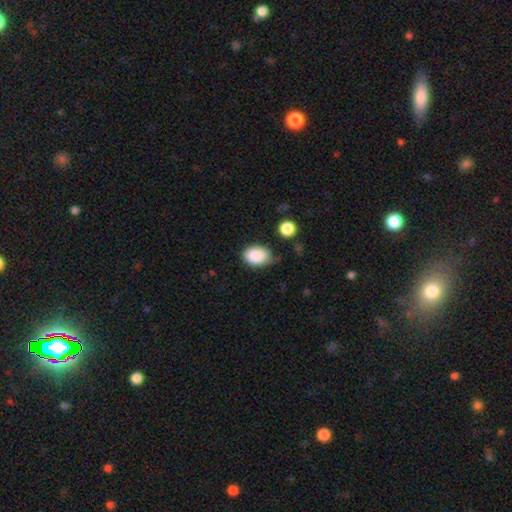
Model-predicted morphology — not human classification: smooth-or-featured: smooth: 88% | star or artifact: 7% | featured or disk: 4%
  how-rounded: in between: 80% | round: 19% | cigar-shaped: 1%
  merging: none: 62% | minor disturbance: 28% | major disturbance: 6% | merger: 4%